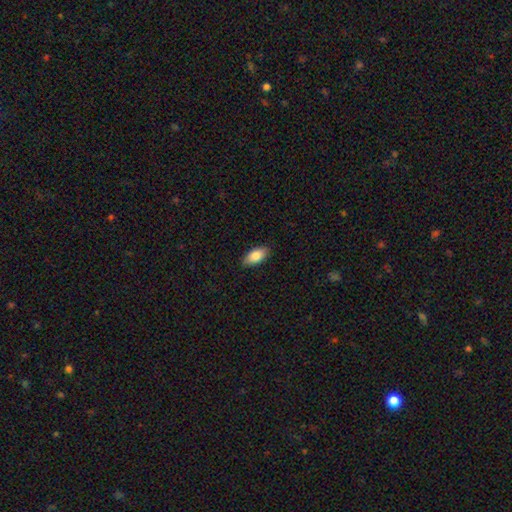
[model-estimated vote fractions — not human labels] Overall: smooth (84%). How rounded: in between (92%). Merging: none (87%).